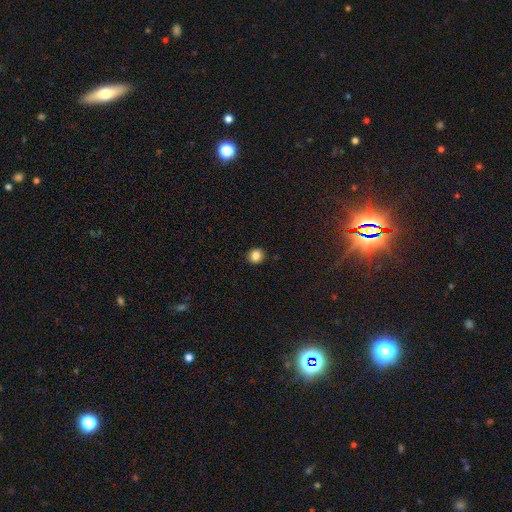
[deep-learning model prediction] Smooth or featured?
  - smooth: 85% *
  - star or artifact: 11%
  - featured or disk: 4%
How rounded?
  - round: 86% *
  - in between: 13%
  - cigar-shaped: 1%
Merging?
  - none: 92% *
  - minor disturbance: 5%
  - major disturbance: 2%
  - merger: 1%